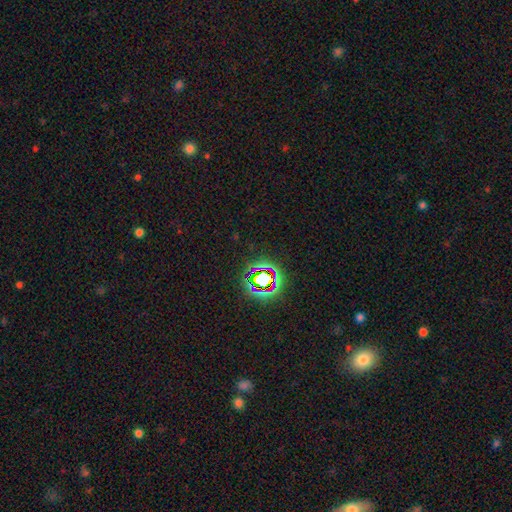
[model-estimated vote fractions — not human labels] Smooth or featured: star or artifact — 76% (smooth — 14%)